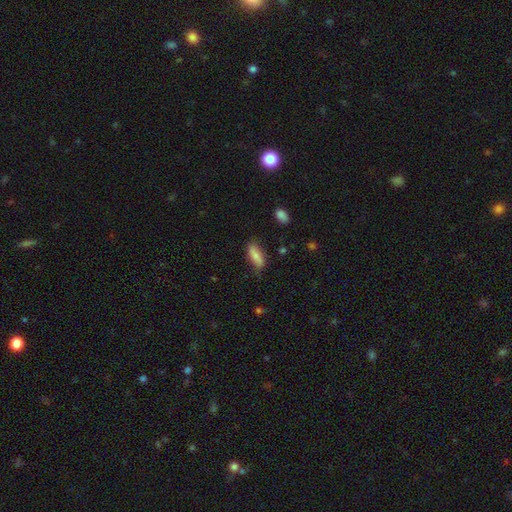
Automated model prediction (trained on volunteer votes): Overall: smooth (79%). How rounded: in between (77%). Merging: none (65%; minor disturbance 27%).